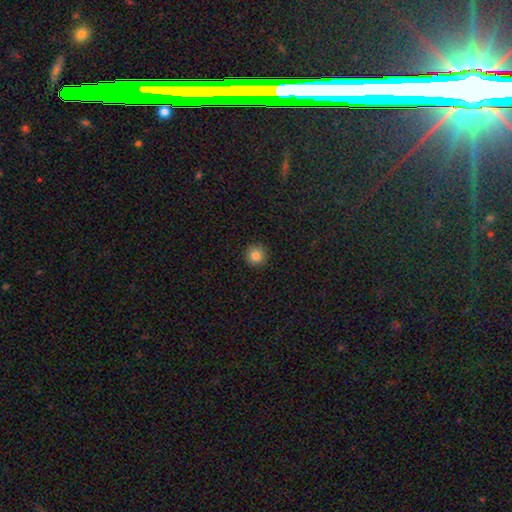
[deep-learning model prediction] smooth_or_featured: smooth (p=0.85) [alt: star or artifact p=0.10]
how_rounded: round (p=0.95) [alt: in between p=0.04]
merging: none (p=0.92) [alt: minor disturbance p=0.06]